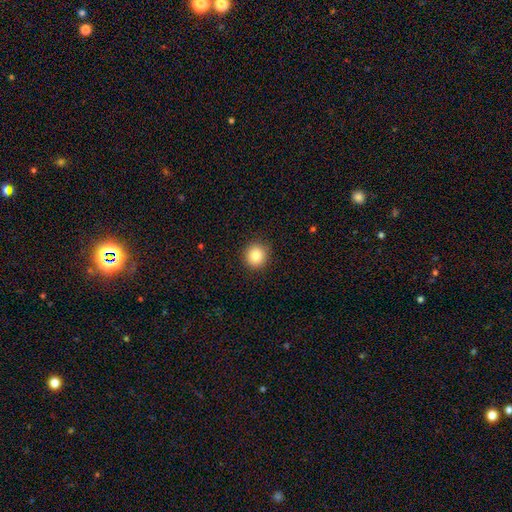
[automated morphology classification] Q: Smooth or featured?
A: smooth (84%); runner-up: star or artifact (10%)
Q: How rounded?
A: round (92%); runner-up: in between (7%)
Q: Merging?
A: none (91%); runner-up: minor disturbance (6%)